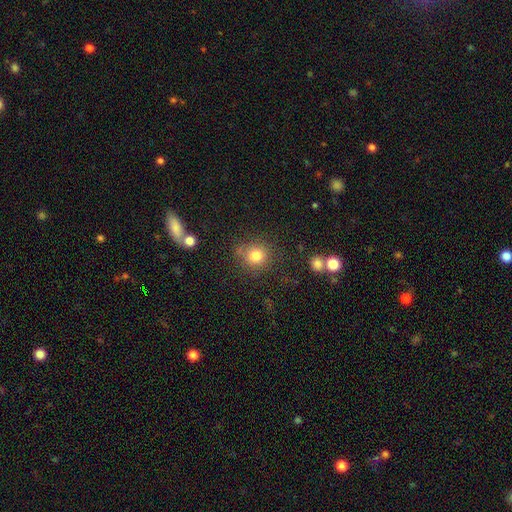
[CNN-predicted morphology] This is clearly a smooth galaxy (80%). How rounded: clearly round (88%). Merging: likely none (75%).